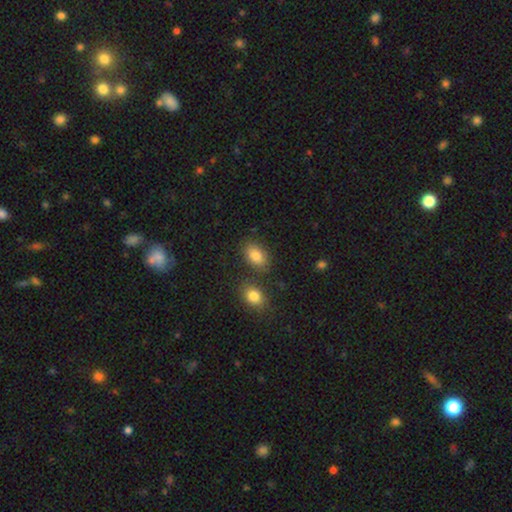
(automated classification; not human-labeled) Smooth or featured? Predicted: smooth (p=0.83). How rounded? Predicted: in between (p=0.89). Merging? Predicted: none (p=0.75).